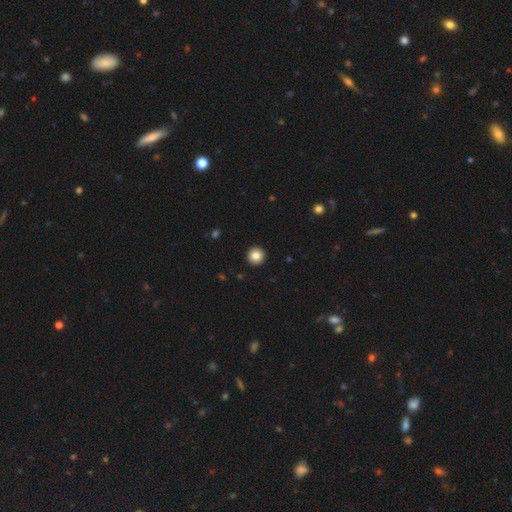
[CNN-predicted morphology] This appears to be a smooth galaxy with no disk features (85%) that is round (96%). Merging: none (94%).